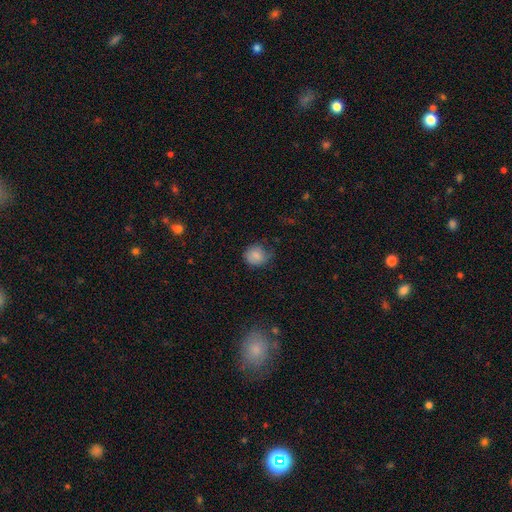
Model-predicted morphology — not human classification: Smooth or featured? smooth (82%)
How rounded? round (72%)
Merging? none (55%)